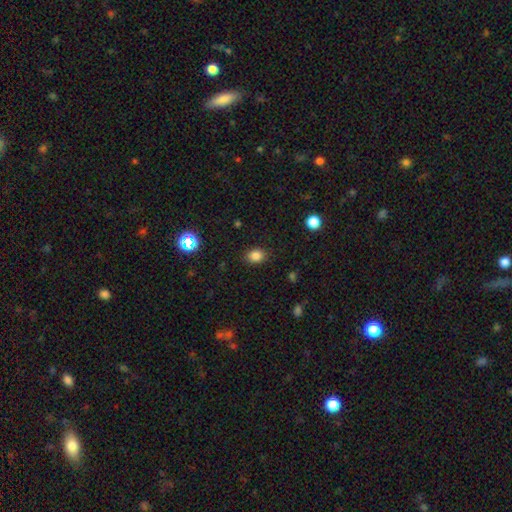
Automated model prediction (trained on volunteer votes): Smooth or featured? Predicted: smooth (p=0.82). How rounded? Predicted: in between (p=0.60). Merging? Predicted: none (p=0.86).